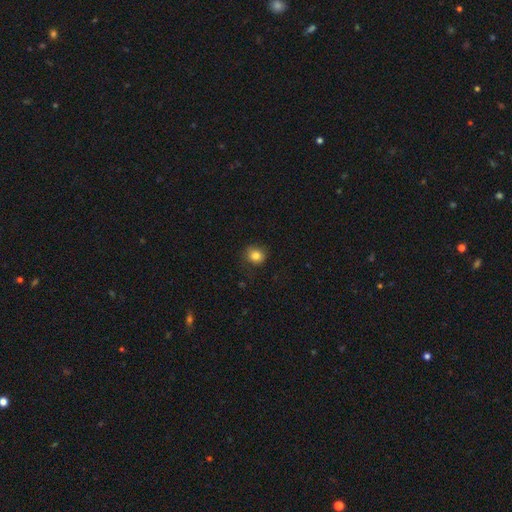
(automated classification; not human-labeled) smooth_or_featured: smooth (p=0.83) [alt: star or artifact p=0.11]
how_rounded: round (p=0.82) [alt: in between p=0.17]
merging: none (p=0.83) [alt: minor disturbance p=0.12]